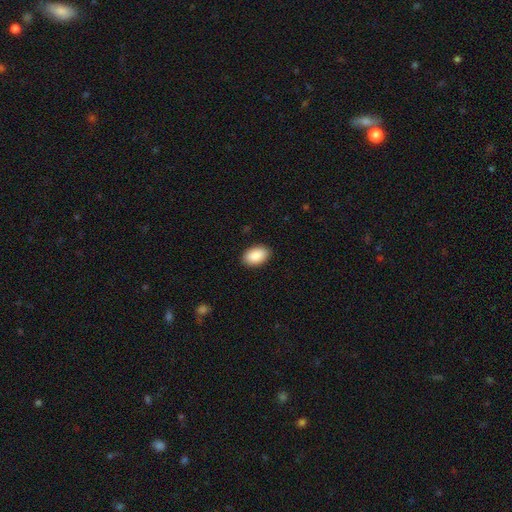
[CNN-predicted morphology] smooth_or_featured: smooth (p=0.90) [alt: star or artifact p=0.06]
how_rounded: in between (p=0.93) [alt: round p=0.06]
merging: none (p=0.90) [alt: minor disturbance p=0.08]